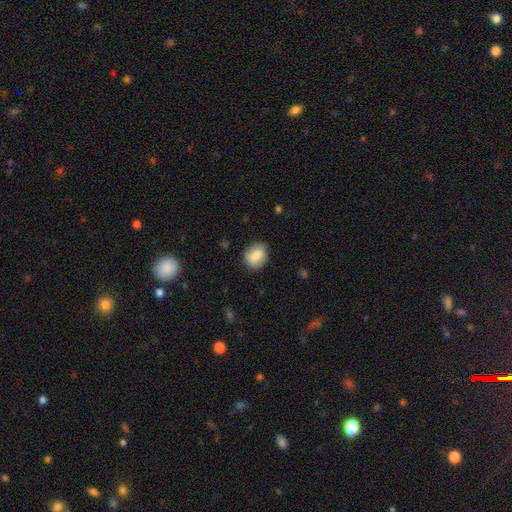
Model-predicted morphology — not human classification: smooth-or-featured: smooth: 79% | featured or disk: 14% | star or artifact: 7%
  how-rounded: round: 61% | in between: 38% | cigar-shaped: 1%
  merging: none: 82% | minor disturbance: 13% | major disturbance: 3% | merger: 1%